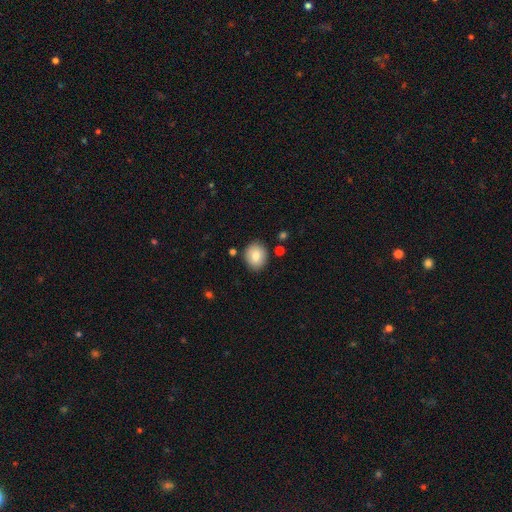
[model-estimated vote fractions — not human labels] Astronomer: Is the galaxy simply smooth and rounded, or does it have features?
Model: smooth — 81%.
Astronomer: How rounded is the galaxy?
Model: round — 62%.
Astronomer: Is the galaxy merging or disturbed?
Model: none — 86%.